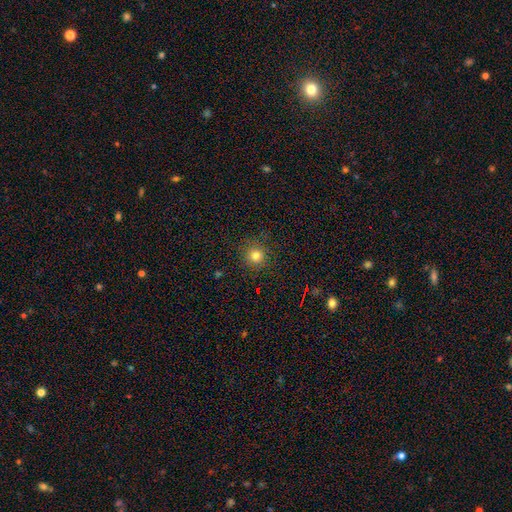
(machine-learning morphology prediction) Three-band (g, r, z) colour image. It shows a smooth galaxy with no disk features (80%) that is round (94%). Merging: none (89%).